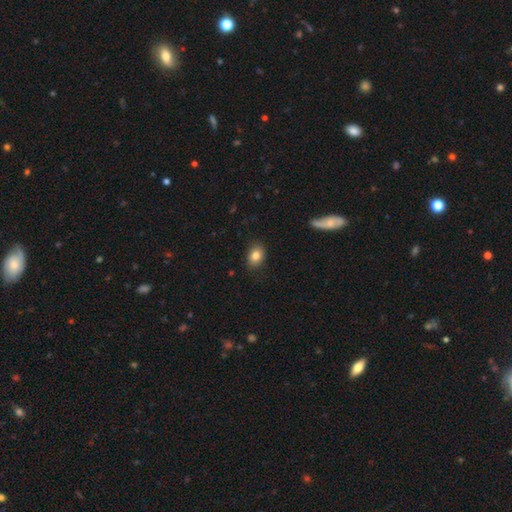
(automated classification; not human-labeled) Q: Smooth or featured?
A: smooth (82%); runner-up: star or artifact (9%)
Q: How rounded?
A: in between (69%); runner-up: round (29%)
Q: Merging?
A: none (87%); runner-up: minor disturbance (10%)